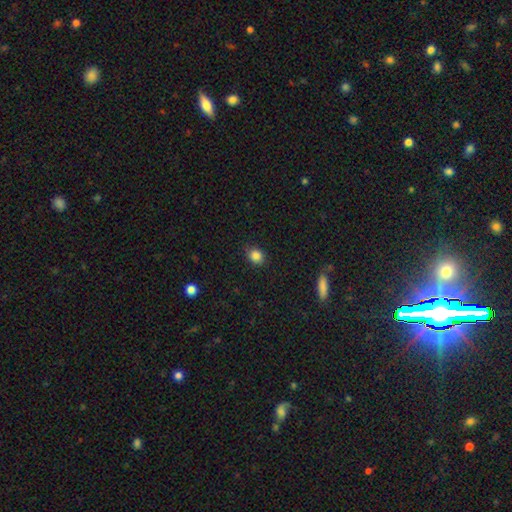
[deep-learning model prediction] A smooth galaxy with no disk features (85%) that is round (60%).

Vote fractions:
- Smooth or featured? smooth: 85% / star or artifact: 10% / featured or disk: 4%
- How rounded? round: 60% / in between: 39% / cigar-shaped: 1%
- Merging? none: 84% / minor disturbance: 13% / major disturbance: 3% / merger: 1%